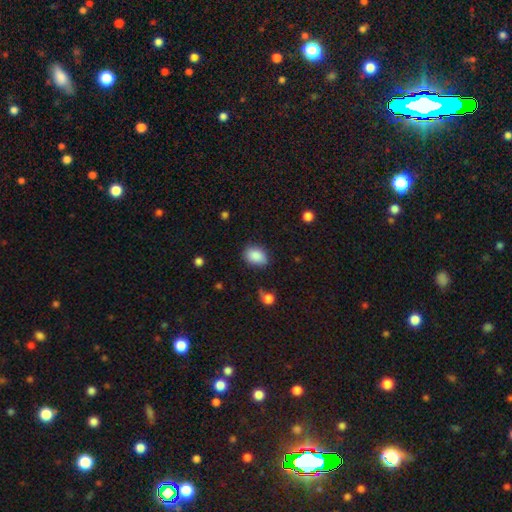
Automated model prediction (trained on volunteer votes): Smooth or featured?
  - smooth: 87% *
  - star or artifact: 8%
  - featured or disk: 5%
How rounded?
  - in between: 76% *
  - round: 23%
  - cigar-shaped: 1%
Merging?
  - none: 78% *
  - minor disturbance: 16%
  - major disturbance: 4%
  - merger: 2%